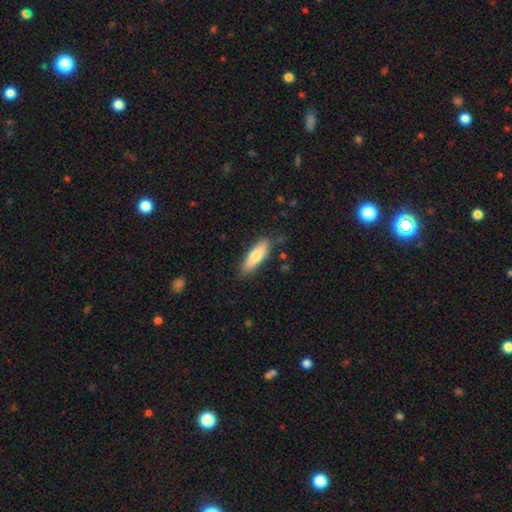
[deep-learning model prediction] Q: Smooth or featured?
A: smooth (73%); runner-up: featured or disk (21%)
Q: How rounded?
A: cigar-shaped (53%); runner-up: in between (45%)
Q: Merging?
A: none (81%); runner-up: minor disturbance (14%)